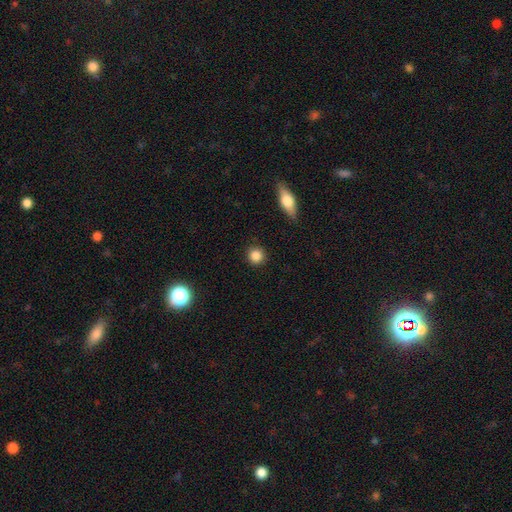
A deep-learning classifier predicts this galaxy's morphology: A smooth galaxy with no disk features (85%) that is round (92%).

Vote fractions:
- Smooth or featured? smooth: 85% / star or artifact: 10% / featured or disk: 5%
- How rounded? round: 92% / in between: 7% / cigar-shaped: 1%
- Merging? none: 91% / minor disturbance: 6% / major disturbance: 2% / merger: 1%